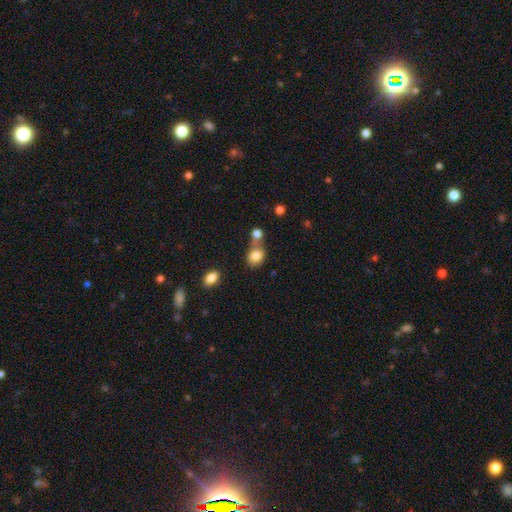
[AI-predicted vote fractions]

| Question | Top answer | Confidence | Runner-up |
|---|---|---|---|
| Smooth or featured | smooth | 82% | star or artifact (10%) |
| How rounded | in between | 51% | round (48%) |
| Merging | merger | 43% | none (38%) |